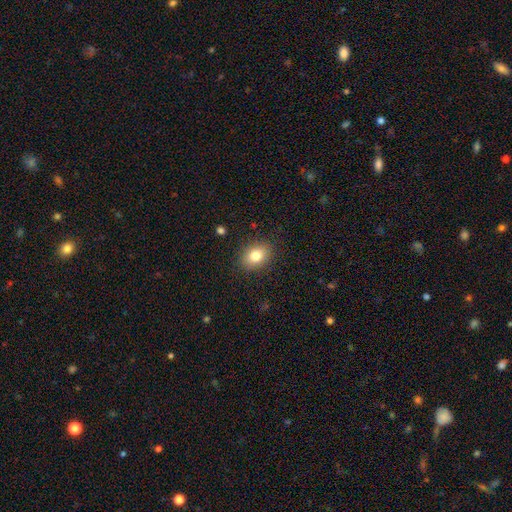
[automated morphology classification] Q: Smooth or featured?
A: smooth (81%); runner-up: featured or disk (10%)
Q: How rounded?
A: in between (71%); runner-up: round (28%)
Q: Merging?
A: none (87%); runner-up: minor disturbance (9%)